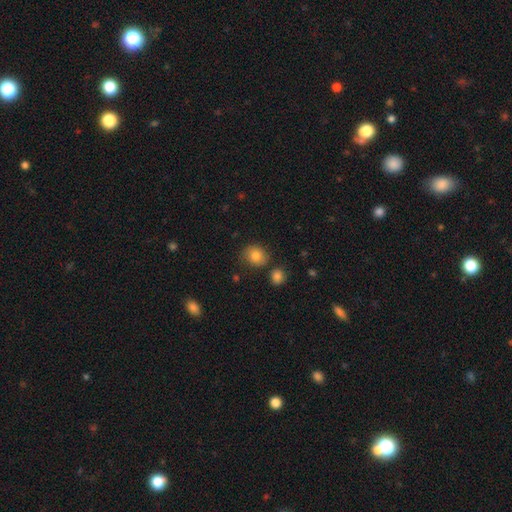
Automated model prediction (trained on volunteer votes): smooth 83%, star or artifact 10%, featured or disk 8%. Down the decision tree: how rounded — round (72%); merging — none (78%).